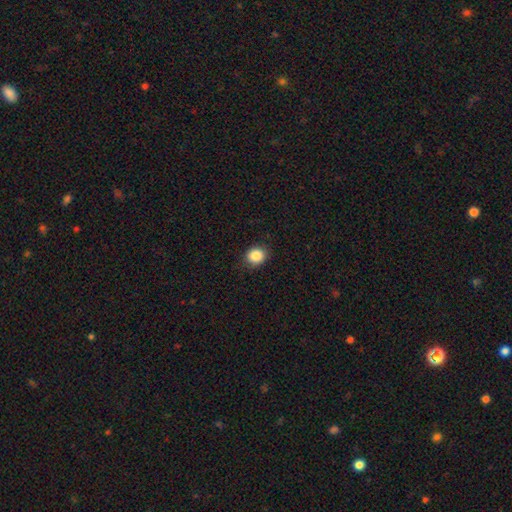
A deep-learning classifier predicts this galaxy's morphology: The model was most divided on "how rounded": round: 72%, in between: 27%, cigar-shaped: 1%. More confident: merging — none (87%); smooth or featured — smooth (87%).